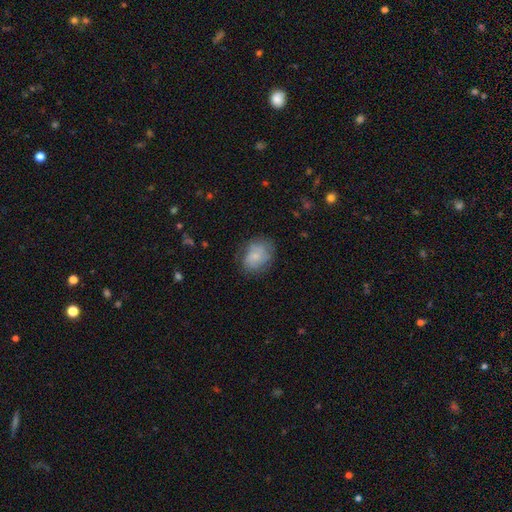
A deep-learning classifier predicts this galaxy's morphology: A smooth galaxy with no disk features (70%) that is in between round and cigar-shaped (57%). Merging: none (67%).